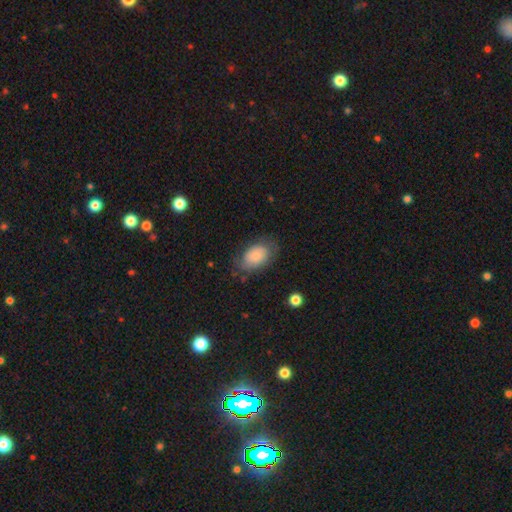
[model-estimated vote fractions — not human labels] The model was most divided on "merging": none: 67%, minor disturbance: 23%, major disturbance: 9%, merger: 2%. More confident: how rounded — in between (91%); smooth or featured — smooth (79%).